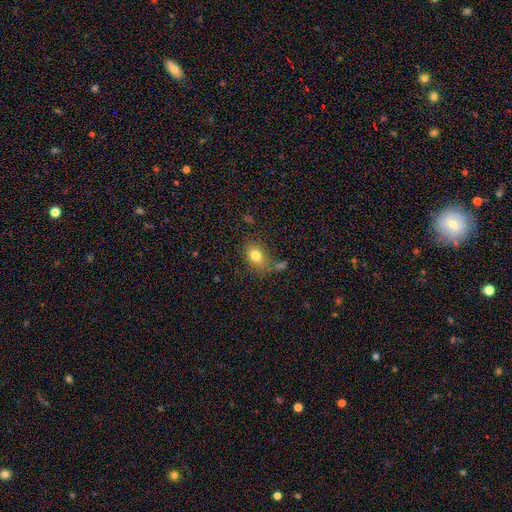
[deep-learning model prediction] Morphology: type=smooth (80%); roundness=in between (74%); merging=none (63%).